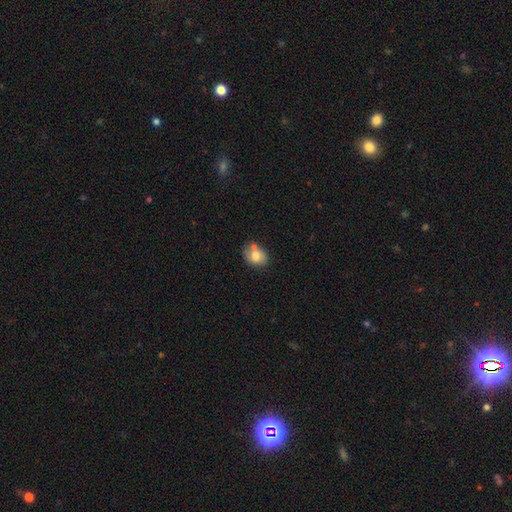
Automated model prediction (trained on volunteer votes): smooth-or-featured: smooth: 68% | featured or disk: 24% | star or artifact: 9%
  how-rounded: in between: 62% | round: 37% | cigar-shaped: 1%
  merging: none: 49% | merger: 24% | minor disturbance: 21% | major disturbance: 6%